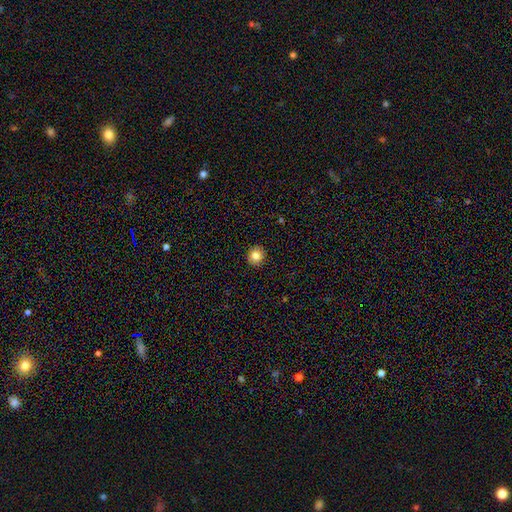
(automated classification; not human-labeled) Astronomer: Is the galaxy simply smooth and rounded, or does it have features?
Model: smooth — 84%.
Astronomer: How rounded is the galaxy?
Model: round — 91%.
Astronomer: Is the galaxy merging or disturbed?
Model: none — 92%.